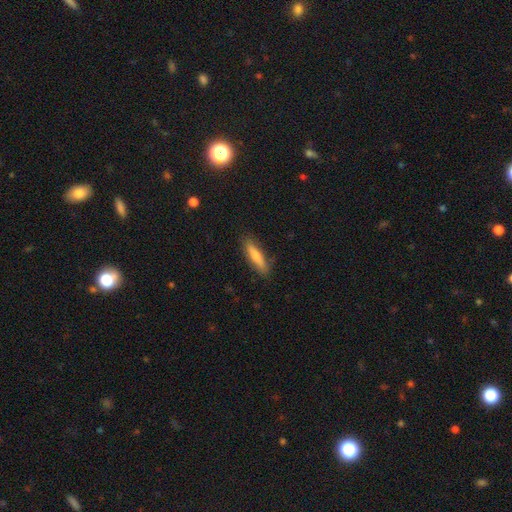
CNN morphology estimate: smooth-or-featured: smooth: 66% | featured or disk: 26% | star or artifact: 8%
  how-rounded: cigar-shaped: 80% | in between: 18% | round: 2%
  merging: none: 85% | minor disturbance: 11% | major disturbance: 2% | merger: 1%